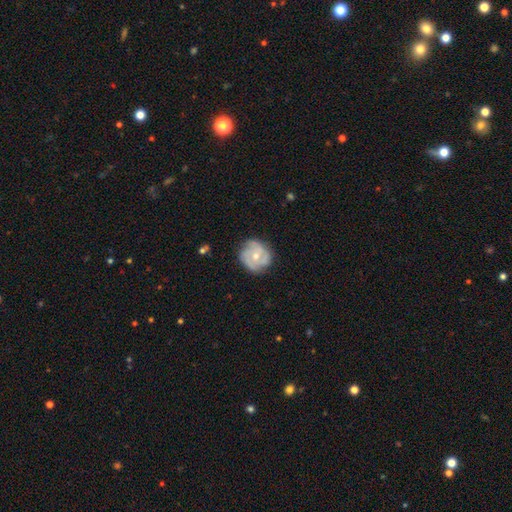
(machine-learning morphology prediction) Smooth or featured?
  - featured or disk: 69% *
  - smooth: 26%
  - star or artifact: 6%
Edge-on disk?
  - no: 98% *
  - yes: 2%
Bar?
  - no: 76% *
  - weak: 21%
  - strong: 4%
Spiral arms?
  - yes: 85% *
  - no: 15%
Spiral winding?
  - tight: 50% *
  - medium: 38%
  - loose: 12%
Spiral arm count?
  - 3: 42% *
  - can't tell: 22%
  - 2: 19%
  - 4: 9%
  - 1: 4%
  - more than 4: 4%
Bulge size?
  - moderate: 54% *
  - small: 43%
  - large: 1%
  - none: 1%
  - dominant: 1%
Merging?
  - none: 74% *
  - minor disturbance: 19%
  - major disturbance: 5%
  - merger: 1%